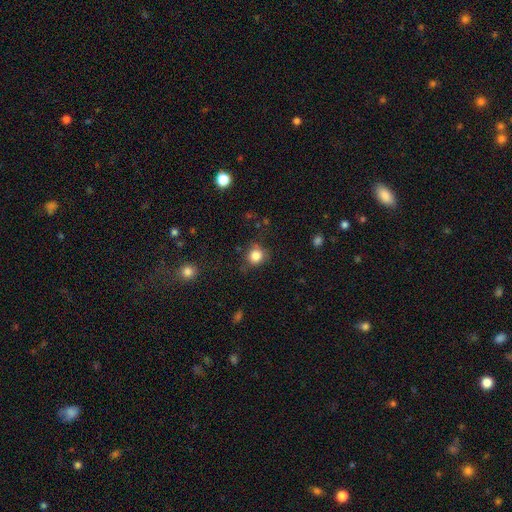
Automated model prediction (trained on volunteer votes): smooth 84%, star or artifact 11%, featured or disk 5%. Down the decision tree: how rounded — round (88%); merging — none (78%).